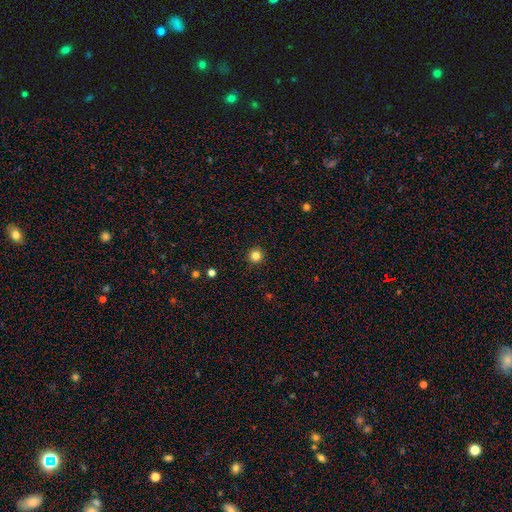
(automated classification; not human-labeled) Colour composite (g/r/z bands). It shows a smooth galaxy with no disk features (83%) that is round (96%). Merging: none (93%).